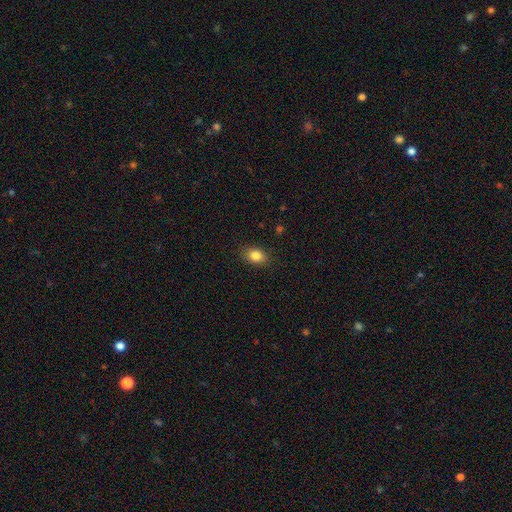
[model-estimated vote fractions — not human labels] smooth 84%, star or artifact 9%, featured or disk 7%. Down the decision tree: how rounded — in between (76%); merging — none (86%).